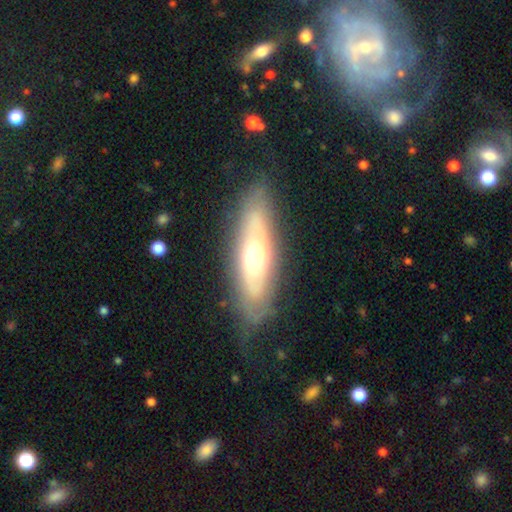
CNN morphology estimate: Q: Smooth or featured?
A: featured or disk (54%); runner-up: smooth (39%)
Q: Edge-on disk?
A: no (58%); runner-up: yes (42%)
Q: Merging?
A: none (79%); runner-up: minor disturbance (14%)